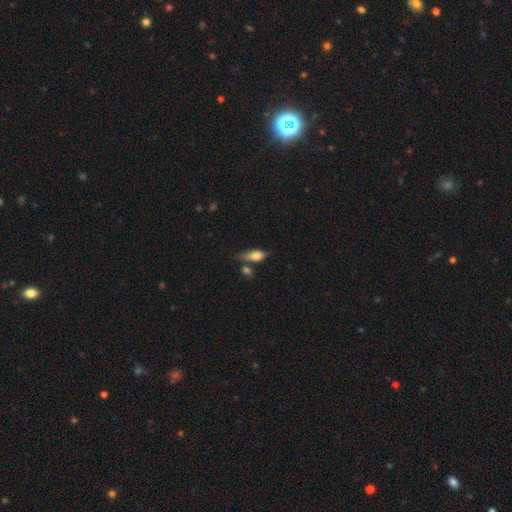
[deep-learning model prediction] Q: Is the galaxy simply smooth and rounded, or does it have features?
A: smooth — 72%.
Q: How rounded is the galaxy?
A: in between — 74%.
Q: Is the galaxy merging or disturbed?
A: none — 46%.